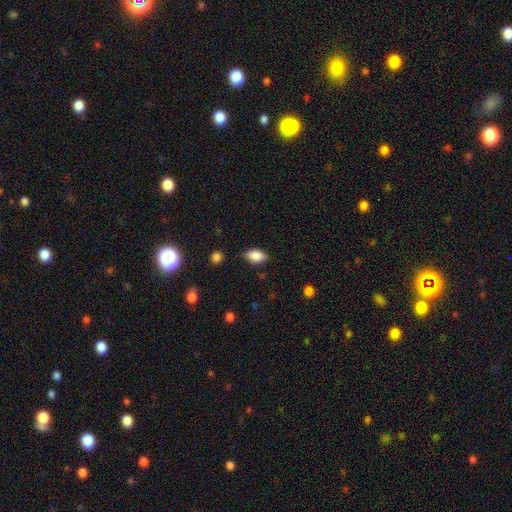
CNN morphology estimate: The model was most divided on "merging": none: 78%, minor disturbance: 17%, major disturbance: 4%, merger: 1%. More confident: how rounded — in between (88%); smooth or featured — smooth (82%).